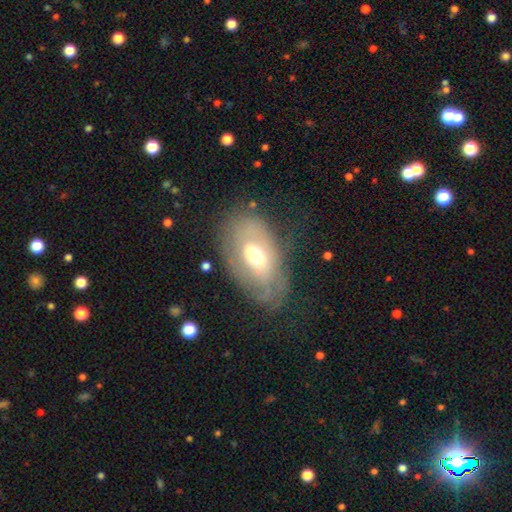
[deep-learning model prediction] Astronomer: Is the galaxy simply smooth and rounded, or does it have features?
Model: featured or disk — 57% (runner-up: smooth, 34%).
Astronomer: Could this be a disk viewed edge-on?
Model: no — 90%.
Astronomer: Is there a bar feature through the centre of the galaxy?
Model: no — 54% (runner-up: weak, 33%).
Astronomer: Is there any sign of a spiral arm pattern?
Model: no — 51% (runner-up: yes, 49%).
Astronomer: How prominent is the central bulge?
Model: moderate — 67%.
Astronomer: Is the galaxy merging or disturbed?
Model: none — 62%.